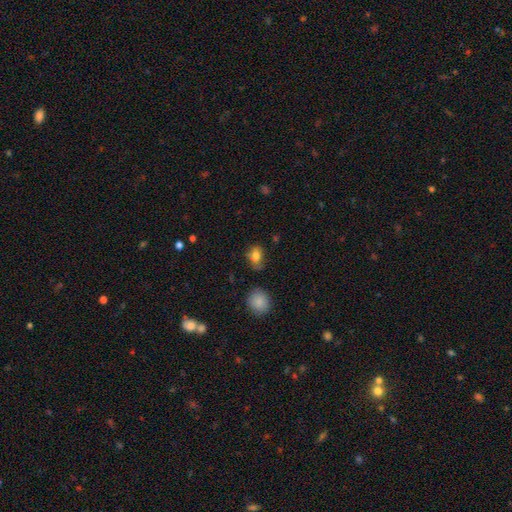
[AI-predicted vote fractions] A smooth galaxy with no disk features (79%) that is in between round and cigar-shaped (66%).

Vote fractions:
- Smooth or featured? smooth: 79% / star or artifact: 11% / featured or disk: 10%
- How rounded? in between: 66% / round: 32% / cigar-shaped: 2%
- Merging? none: 64% / minor disturbance: 26% / major disturbance: 7% / merger: 3%